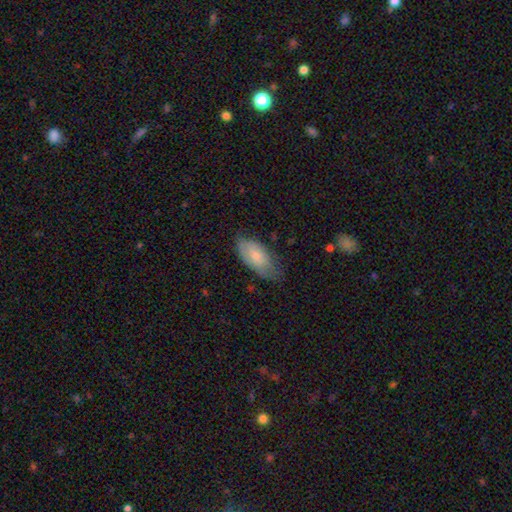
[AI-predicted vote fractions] smooth-or-featured: smooth: 72% | featured or disk: 22% | star or artifact: 6%
  how-rounded: in between: 92% | cigar-shaped: 5% | round: 3%
  merging: none: 56% | minor disturbance: 34% | major disturbance: 8% | merger: 1%